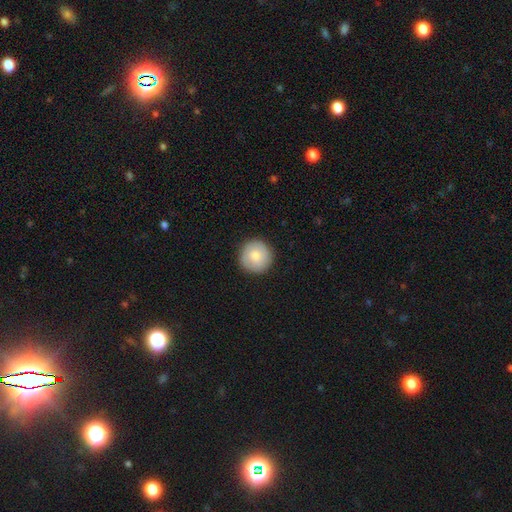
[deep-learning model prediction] Overall: smooth (74%). How rounded: round (96%). Merging: none (90%).